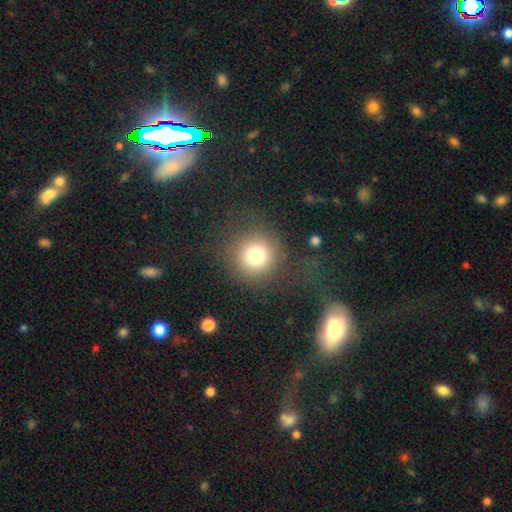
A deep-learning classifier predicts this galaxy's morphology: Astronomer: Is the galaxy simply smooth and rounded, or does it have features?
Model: smooth — 75%.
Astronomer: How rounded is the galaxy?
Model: round — 94%.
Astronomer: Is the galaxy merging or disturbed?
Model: none — 80%.